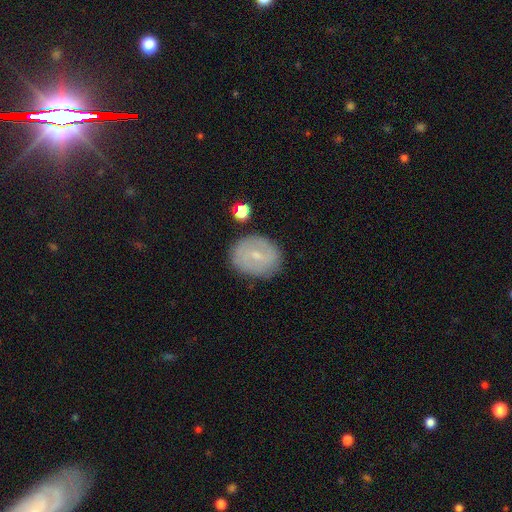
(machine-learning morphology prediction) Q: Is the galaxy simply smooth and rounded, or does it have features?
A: smooth — 49%.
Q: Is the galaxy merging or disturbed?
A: none — 80%.